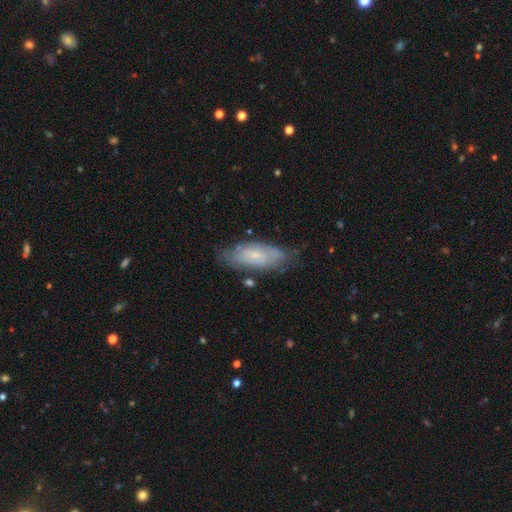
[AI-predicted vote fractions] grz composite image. It shows a featured or disk galaxy (53%). Merging: none (68%).